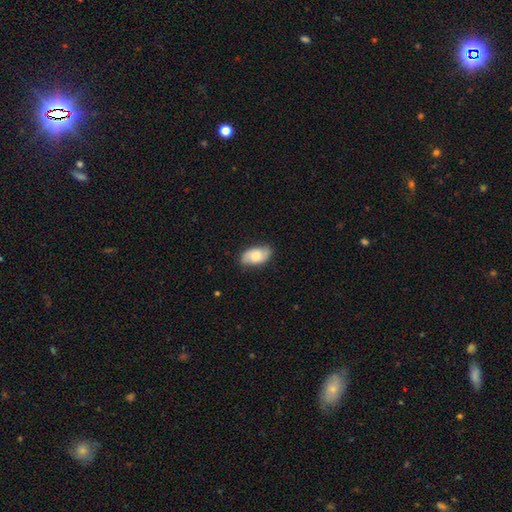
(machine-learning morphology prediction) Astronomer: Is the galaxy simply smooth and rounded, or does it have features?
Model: smooth — 59% (runner-up: featured or disk, 34%).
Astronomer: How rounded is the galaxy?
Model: in between — 93%.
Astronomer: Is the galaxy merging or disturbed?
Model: none — 80%.